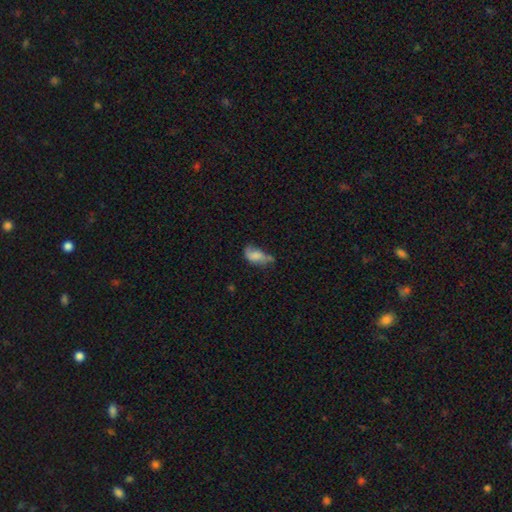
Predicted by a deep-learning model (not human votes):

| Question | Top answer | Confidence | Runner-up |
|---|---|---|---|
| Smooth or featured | smooth | 65% | featured or disk (26%) |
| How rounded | in between | 89% | round (7%) |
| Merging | minor disturbance | 37% | none (32%) |